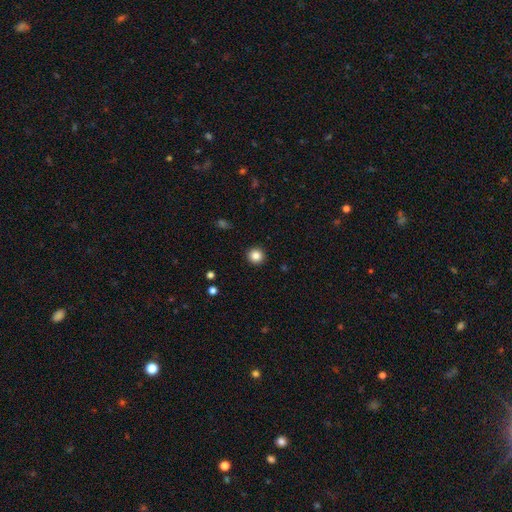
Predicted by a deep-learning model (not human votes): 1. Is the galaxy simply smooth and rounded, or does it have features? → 84% smooth, 11% star or artifact, 5% featured or disk.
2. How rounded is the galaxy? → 95% round, 4% in between, 1% cigar-shaped.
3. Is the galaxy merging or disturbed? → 93% none, 4% minor disturbance, 2% major disturbance, 1% merger.